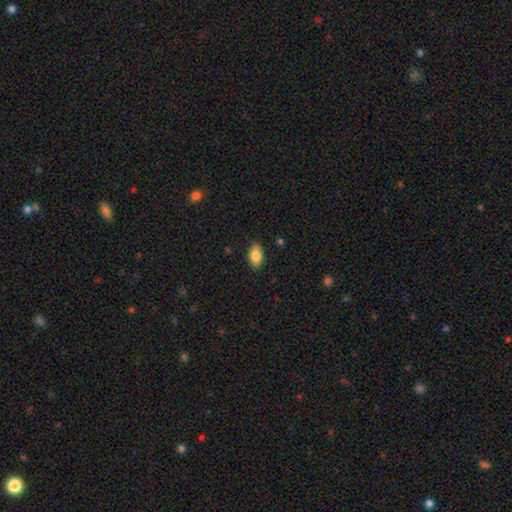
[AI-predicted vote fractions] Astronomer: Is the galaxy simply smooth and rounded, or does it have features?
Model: smooth — 83%.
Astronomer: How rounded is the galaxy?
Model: in between — 90%.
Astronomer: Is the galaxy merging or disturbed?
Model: none — 87%.